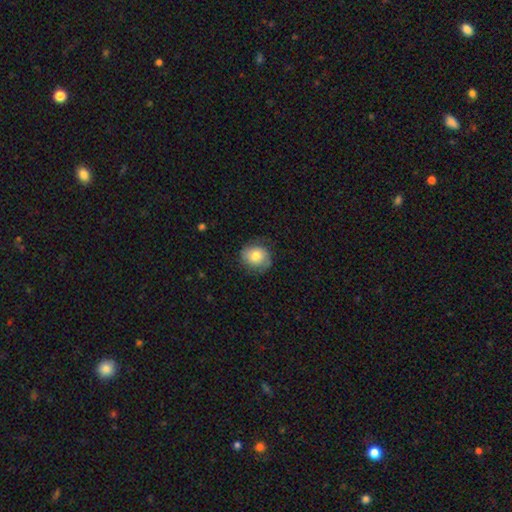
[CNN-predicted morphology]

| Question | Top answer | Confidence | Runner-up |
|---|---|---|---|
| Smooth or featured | smooth | 70% | featured or disk (22%) |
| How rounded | round | 74% | in between (25%) |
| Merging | none | 73% | minor disturbance (20%) |